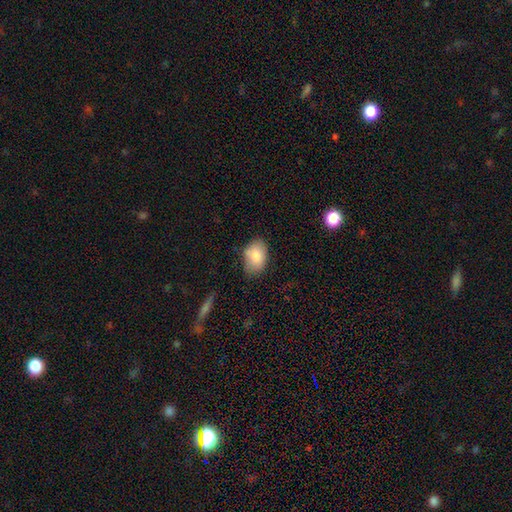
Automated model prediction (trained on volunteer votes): Smooth or featured? Predicted: smooth (p=0.82). How rounded? Predicted: in between (p=0.83). Merging? Predicted: none (p=0.72).